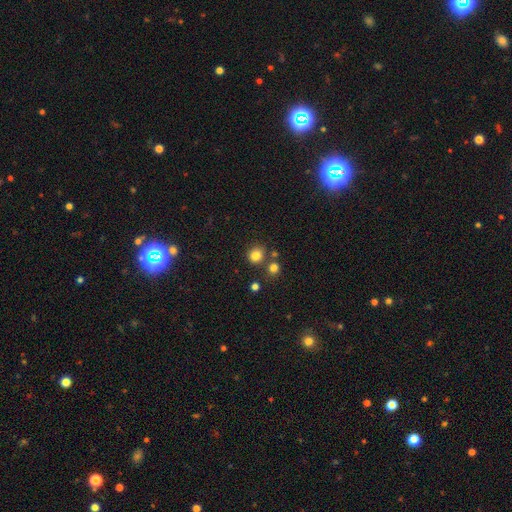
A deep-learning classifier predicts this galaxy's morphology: A smooth galaxy with no disk features (81%) that is round (85%). Merging: none (75%).